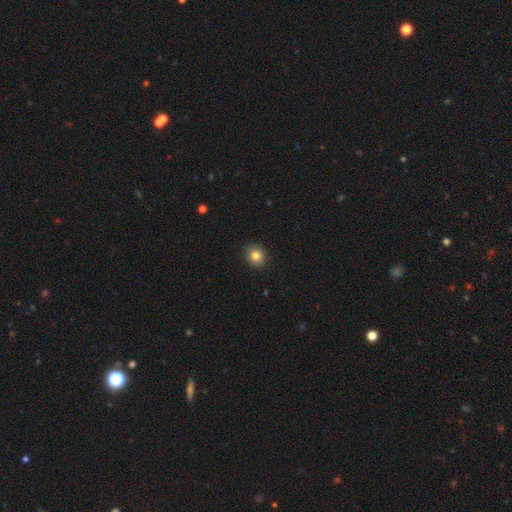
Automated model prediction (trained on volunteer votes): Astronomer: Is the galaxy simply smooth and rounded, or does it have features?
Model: smooth — 83%.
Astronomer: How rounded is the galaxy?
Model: round — 75%.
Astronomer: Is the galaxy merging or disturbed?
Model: none — 88%.